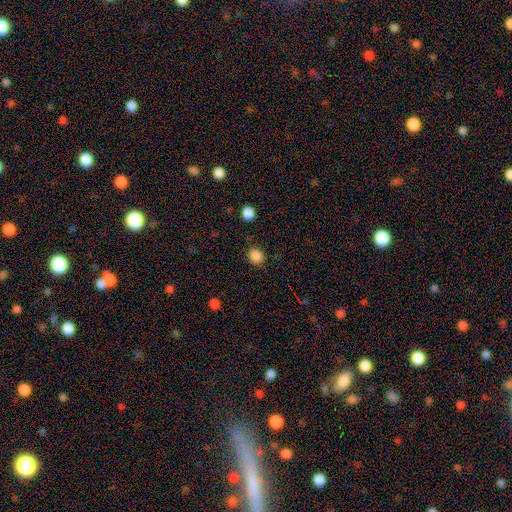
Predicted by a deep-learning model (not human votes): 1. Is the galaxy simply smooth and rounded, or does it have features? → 85% smooth, 12% star or artifact, 3% featured or disk.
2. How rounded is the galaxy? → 73% round, 26% in between, 1% cigar-shaped.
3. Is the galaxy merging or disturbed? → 84% none, 11% minor disturbance, 3% major disturbance, 2% merger.